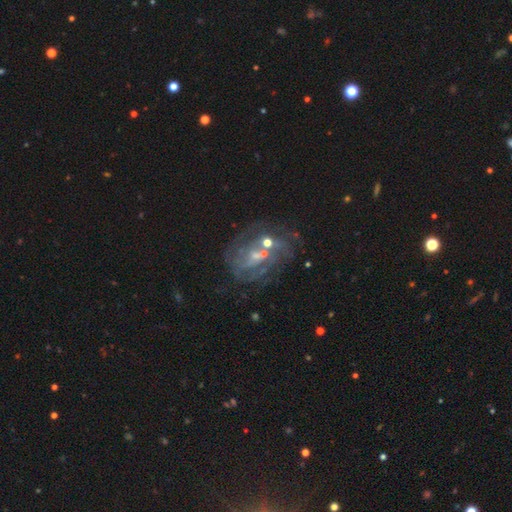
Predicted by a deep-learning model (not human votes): Q: Smooth or featured?
A: featured or disk (55%); runner-up: star or artifact (23%)
Q: Edge-on disk?
A: no (91%); runner-up: yes (9%)
Q: Merging?
A: none (58%); runner-up: minor disturbance (16%)